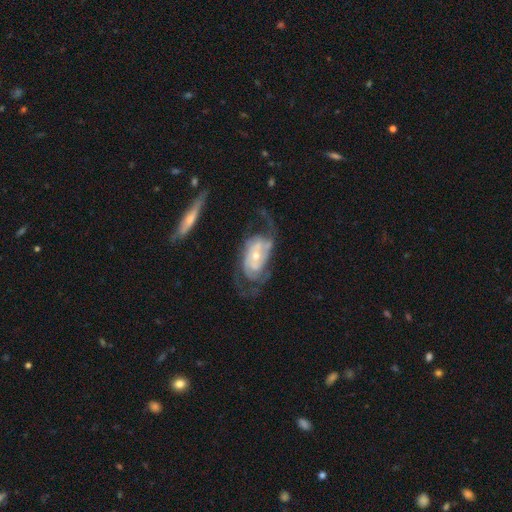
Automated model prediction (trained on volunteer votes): The model was most divided on "spiral winding": tight: 41%, medium: 38%, loose: 21%. Remaining: edge-on disk — no (95%); spiral arms — yes (91%); smooth or featured — featured or disk (85%); bar — no (67%); spiral arm count — 2 (58%); bulge size — small (53%); merging — none (48%).